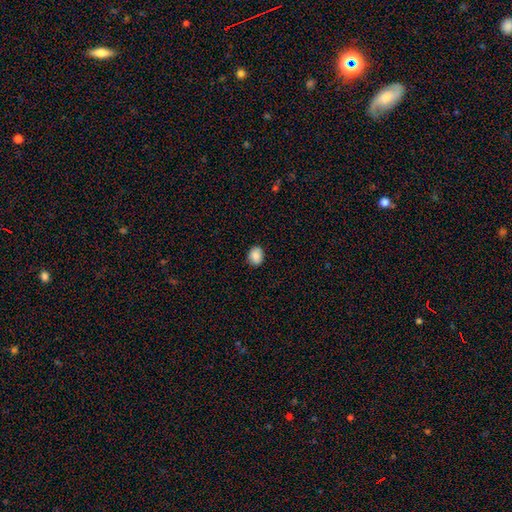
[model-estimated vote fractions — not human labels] Smooth or featured: smooth — 88% (star or artifact — 8%)
How rounded: in between — 52% (round — 47%)
Merging: none — 88% (minor disturbance — 9%)